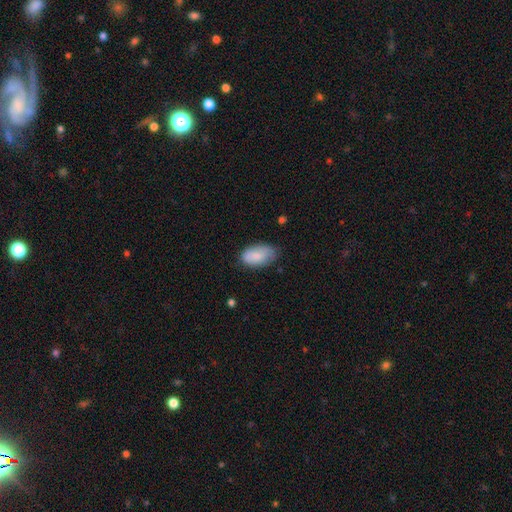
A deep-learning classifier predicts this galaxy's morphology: The model was most divided on "merging": none: 66%, minor disturbance: 27%, major disturbance: 5%, merger: 2%. More confident: how rounded — in between (94%); smooth or featured — smooth (83%).